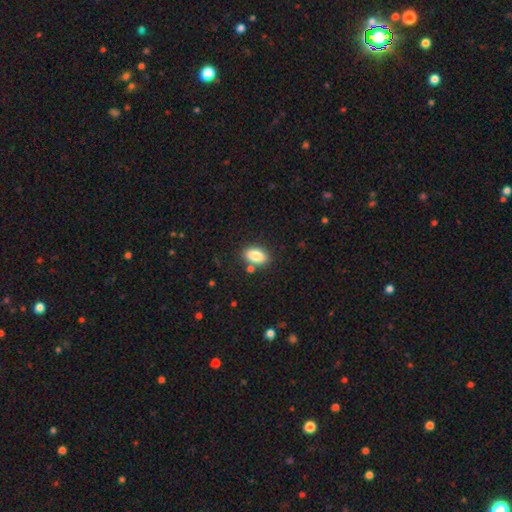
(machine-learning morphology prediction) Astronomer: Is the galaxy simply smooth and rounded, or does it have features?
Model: smooth — 85%.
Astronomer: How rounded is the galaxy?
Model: in between — 90%.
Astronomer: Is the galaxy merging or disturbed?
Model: none — 81%.